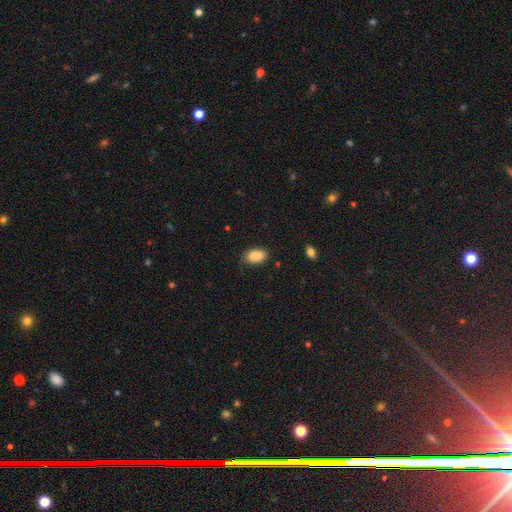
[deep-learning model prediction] Overall: smooth (86%). How rounded: in between (91%). Merging: none (79%).